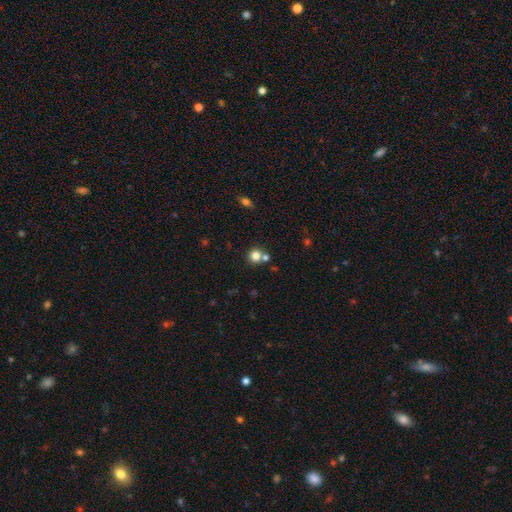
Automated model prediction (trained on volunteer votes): This appears to be a smooth galaxy with no disk features (79%) that is round (89%). Merging: none (64%).